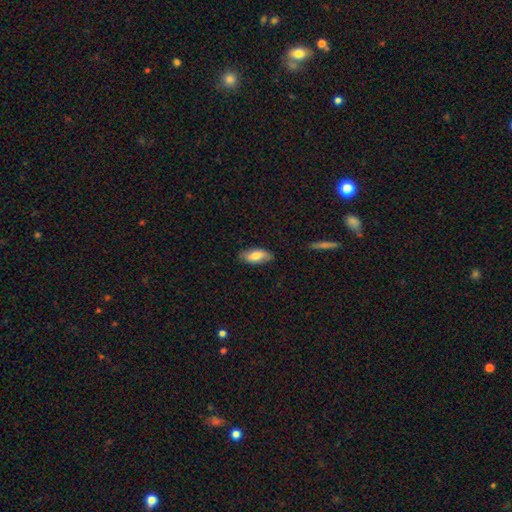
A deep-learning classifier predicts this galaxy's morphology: Overall: smooth (75%). How rounded: in between (86%). Merging: none (82%).